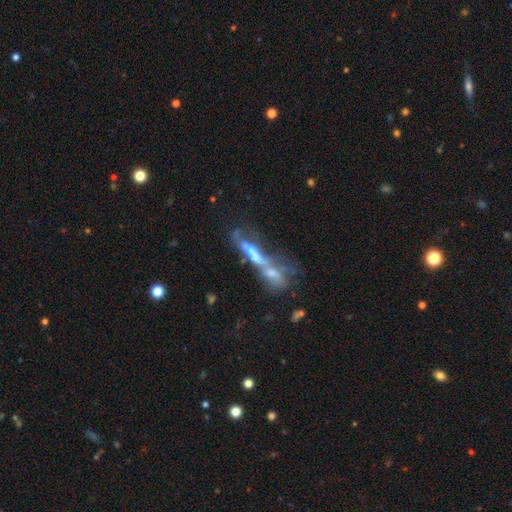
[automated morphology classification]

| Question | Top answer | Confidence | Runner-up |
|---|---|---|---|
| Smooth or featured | featured or disk | 59% | smooth (28%) |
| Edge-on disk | yes | 56% | no (44%) |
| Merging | merger | 55% | none (25%) |